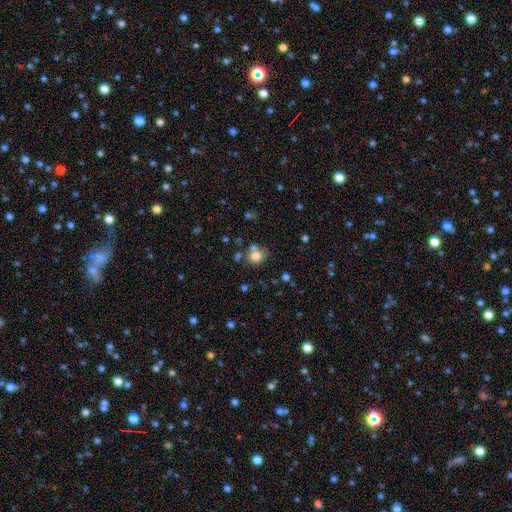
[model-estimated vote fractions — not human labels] Morphology: type=smooth (77%); roundness=round (74%); merging=none (61%).